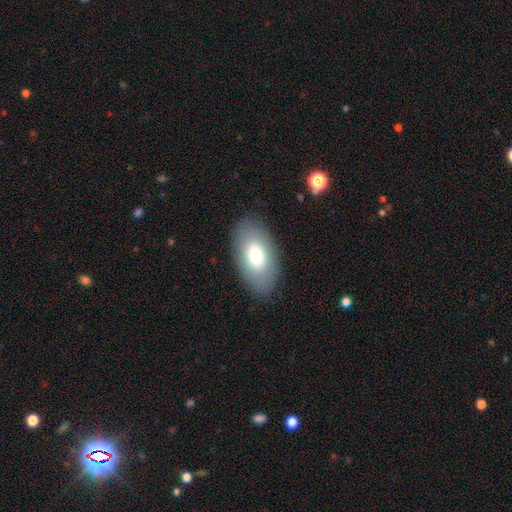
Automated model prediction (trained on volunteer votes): This is likely a smooth galaxy (72%). How rounded: clearly in between (94%). Merging: clearly none (86%).